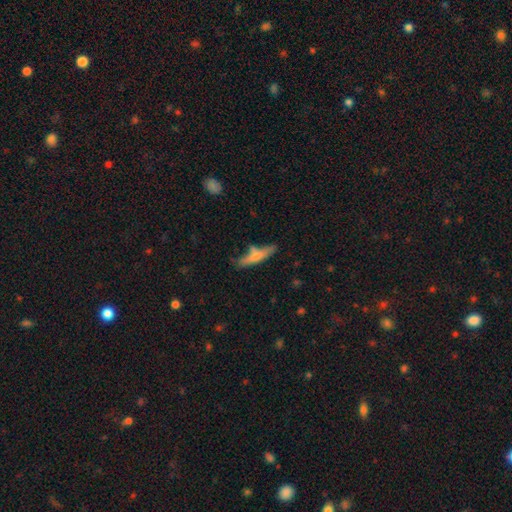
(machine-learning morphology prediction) Smooth or featured?
  - smooth: 59% *
  - featured or disk: 34%
  - star or artifact: 7%
How rounded?
  - cigar-shaped: 82% *
  - in between: 16%
  - round: 2%
Merging?
  - none: 60% *
  - minor disturbance: 21%
  - merger: 12%
  - major disturbance: 7%